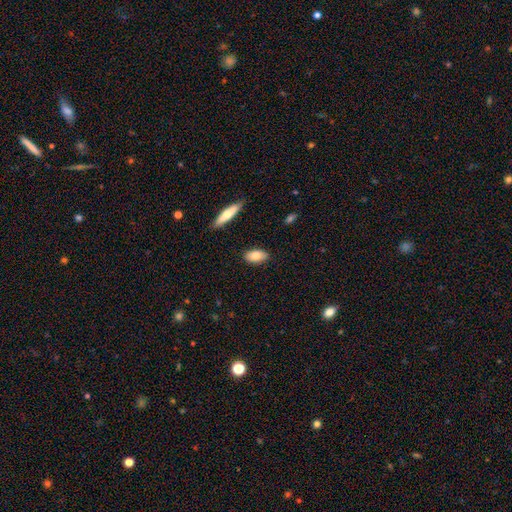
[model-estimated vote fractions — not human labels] A smooth galaxy with no disk features (80%) that is in between round and cigar-shaped (90%).

Vote fractions:
- Smooth or featured? smooth: 80% / featured or disk: 14% / star or artifact: 7%
- How rounded? in between: 90% / cigar-shaped: 7% / round: 3%
- Merging? none: 86% / minor disturbance: 10% / major disturbance: 2% / merger: 2%